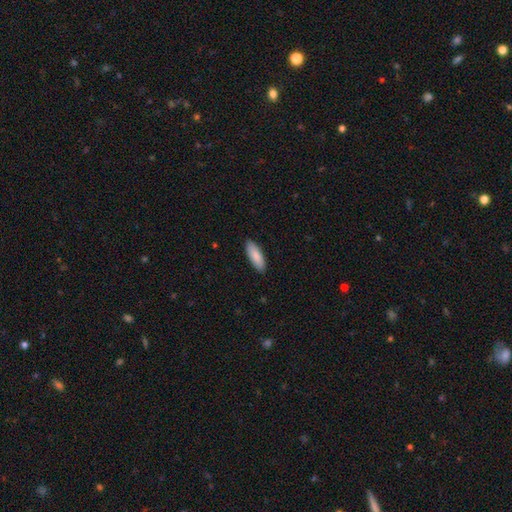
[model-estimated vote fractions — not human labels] smooth-or-featured: smooth: 89% | featured or disk: 6% | star or artifact: 5%
  how-rounded: in between: 66% | cigar-shaped: 33% | round: 1%
  merging: none: 90% | minor disturbance: 8% | major disturbance: 2% | merger: 1%